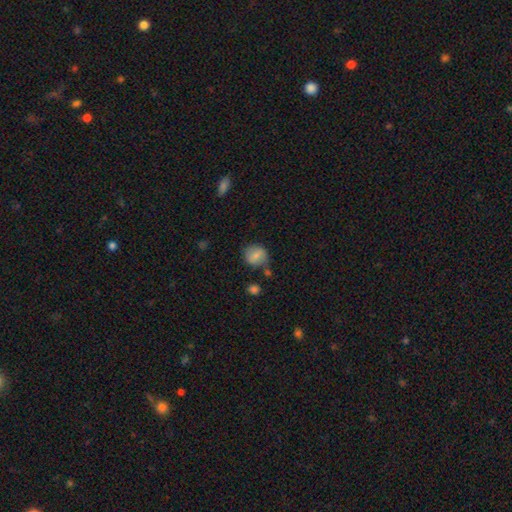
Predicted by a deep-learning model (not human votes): smooth-or-featured: smooth: 78% | featured or disk: 14% | star or artifact: 9%
  how-rounded: round: 78% | in between: 21% | cigar-shaped: 1%
  merging: none: 68% | minor disturbance: 19% | merger: 8% | major disturbance: 5%